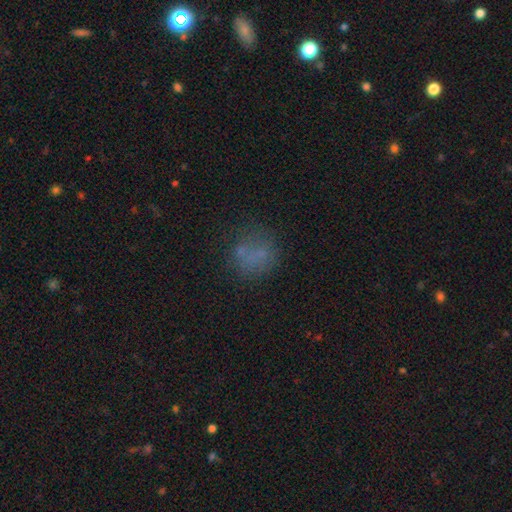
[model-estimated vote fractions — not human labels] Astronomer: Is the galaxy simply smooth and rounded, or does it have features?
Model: smooth — 56%.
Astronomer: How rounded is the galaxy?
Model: round — 80%.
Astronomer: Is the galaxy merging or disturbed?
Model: none — 62%.